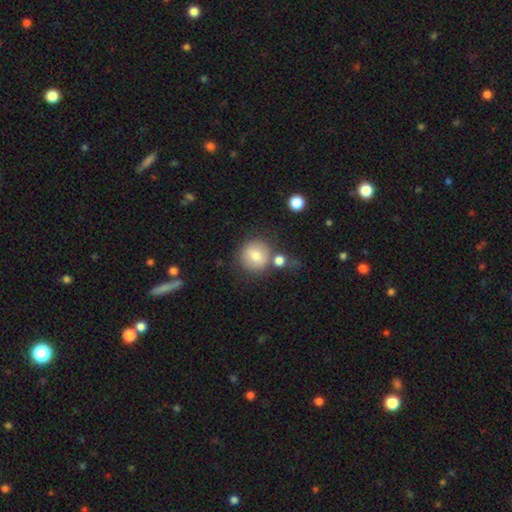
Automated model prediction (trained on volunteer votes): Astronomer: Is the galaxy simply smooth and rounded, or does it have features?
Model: smooth — 79%.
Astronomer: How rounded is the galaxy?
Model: round — 92%.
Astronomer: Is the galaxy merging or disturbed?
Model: none — 69%.